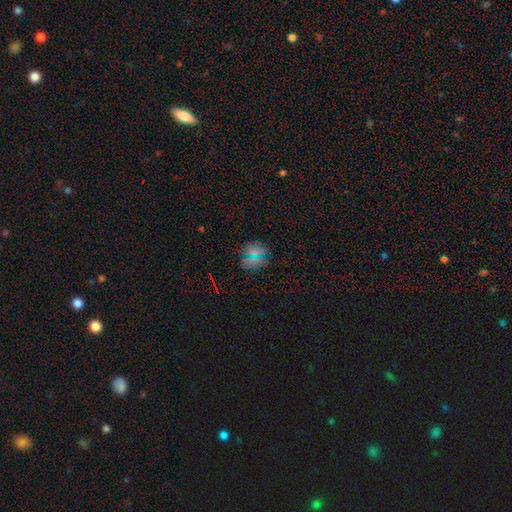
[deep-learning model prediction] A smooth galaxy with no disk features (60%) that is round (79%). Merging: none (86%).